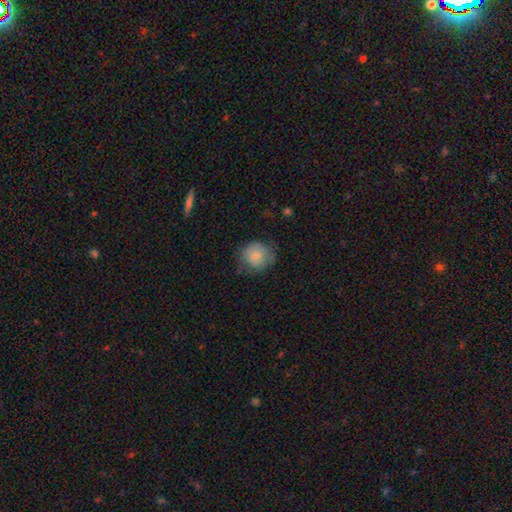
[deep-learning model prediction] smooth_or_featured: smooth (p=0.76) [alt: featured or disk p=0.17]
how_rounded: round (p=0.83) [alt: in between p=0.16]
merging: none (p=0.61) [alt: minor disturbance p=0.28]